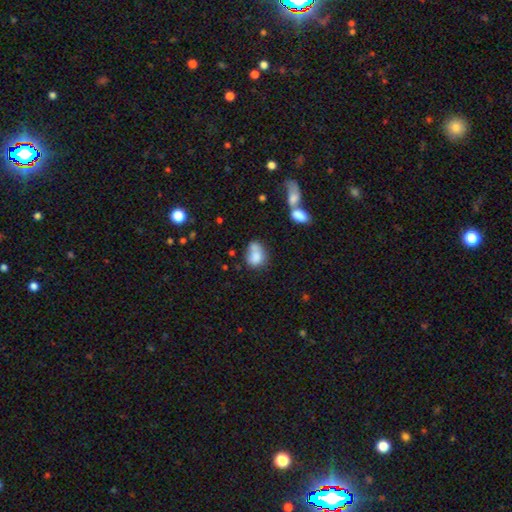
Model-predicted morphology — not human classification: Q: Smooth or featured?
A: smooth (76%); runner-up: featured or disk (14%)
Q: How rounded?
A: in between (62%); runner-up: round (37%)
Q: Merging?
A: merger (40%); runner-up: none (30%)